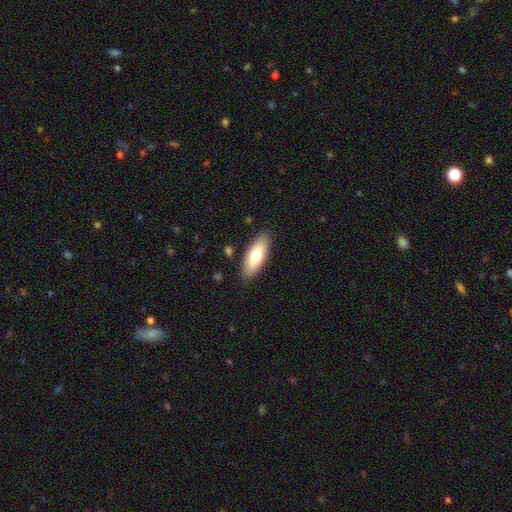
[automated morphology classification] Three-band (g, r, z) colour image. It shows a smooth galaxy with no disk features (72%) that is in between round and cigar-shaped (69%). Merging: none (87%).